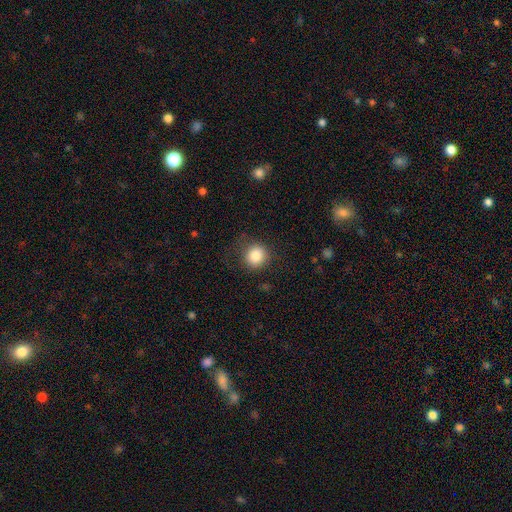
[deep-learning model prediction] This appears to be a smooth galaxy with no disk features (84%) that is round (89%). Merging: none (77%).